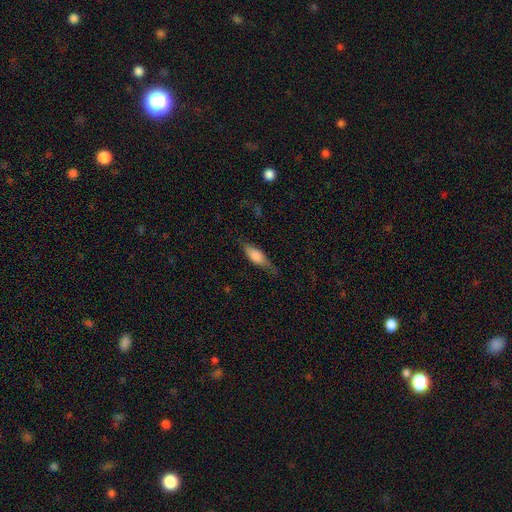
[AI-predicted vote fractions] Smooth or featured? smooth (67%)
How rounded? in between (66%)
Merging? none (60%)